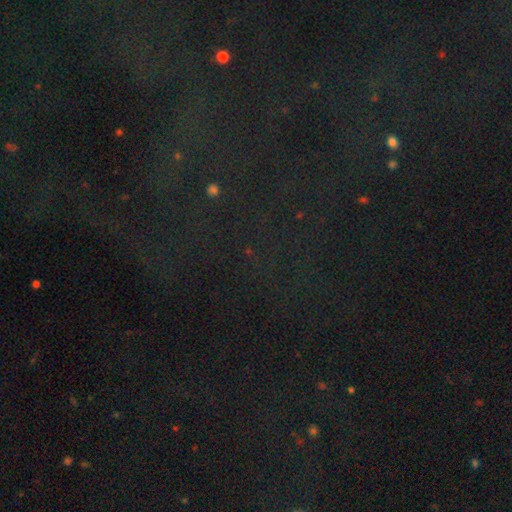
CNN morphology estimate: star or artifact 81%, smooth 10%, featured or disk 8%.